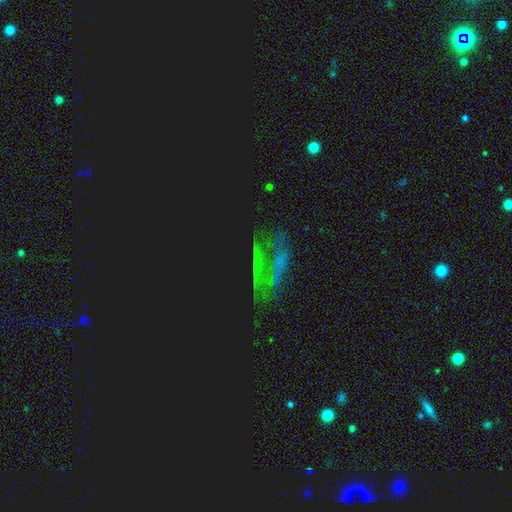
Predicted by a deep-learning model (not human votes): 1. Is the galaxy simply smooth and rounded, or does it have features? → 59% star or artifact, 23% featured or disk, 18% smooth.